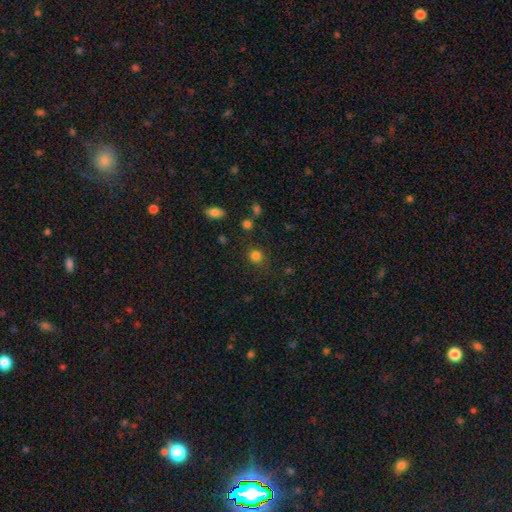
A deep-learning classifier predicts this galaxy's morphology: Smooth or featured? smooth (81%)
How rounded? round (83%)
Merging? none (81%)